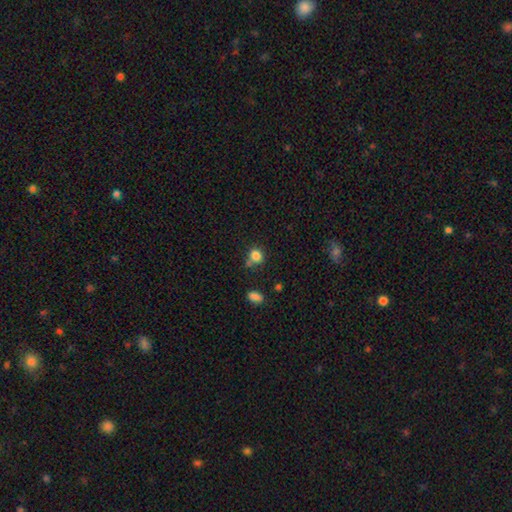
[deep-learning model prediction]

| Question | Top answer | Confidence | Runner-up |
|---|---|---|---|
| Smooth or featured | smooth | 82% | star or artifact (12%) |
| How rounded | round | 72% | in between (27%) |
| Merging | none | 59% | minor disturbance (18%) |